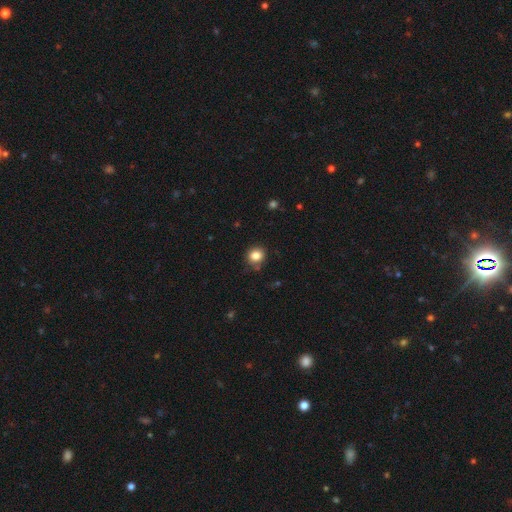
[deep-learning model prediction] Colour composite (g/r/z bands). It shows a smooth galaxy with no disk features (83%) that is round (79%). Merging: none (81%).